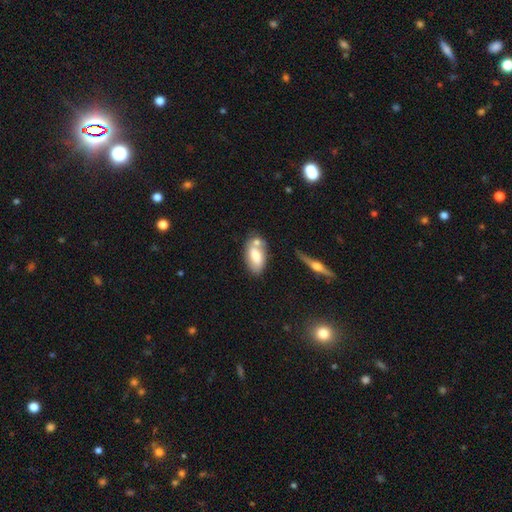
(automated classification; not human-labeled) smooth_or_featured: smooth (p=0.71) [alt: featured or disk p=0.22]
how_rounded: in between (p=0.92) [alt: cigar-shaped p=0.05]
merging: none (p=0.51) [alt: merger p=0.27]